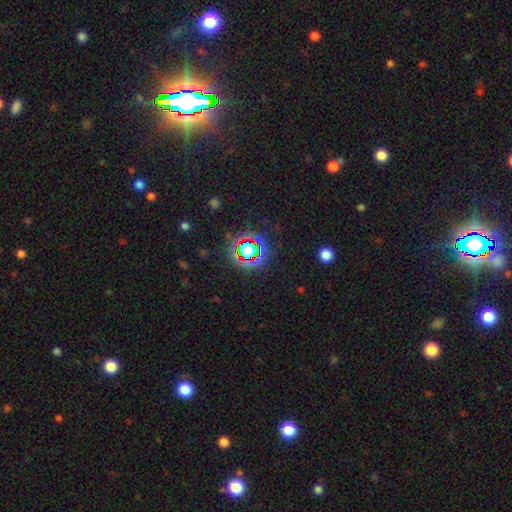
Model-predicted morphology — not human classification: Overall: star or artifact (76%).